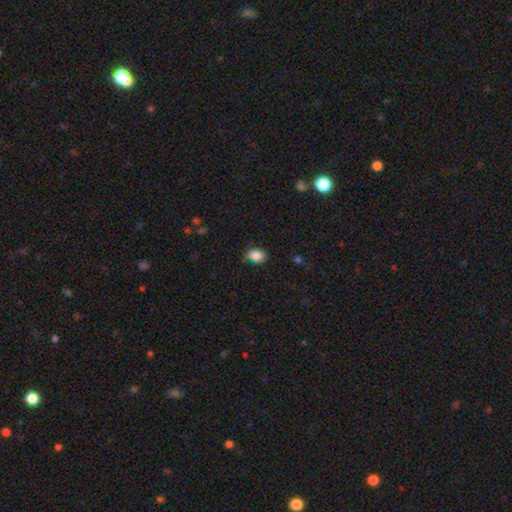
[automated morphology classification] type=smooth (86%); roundness=in between (61%); merging=none (77%).